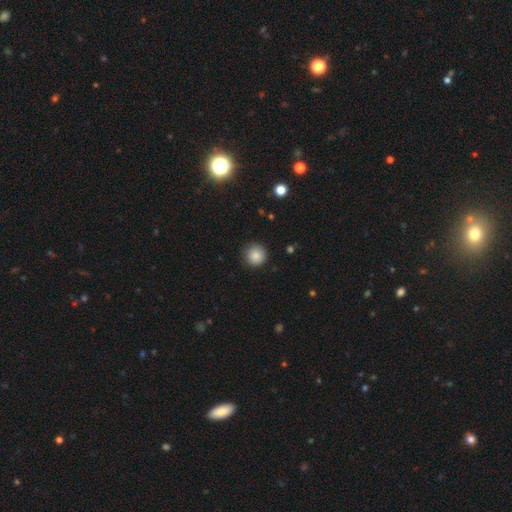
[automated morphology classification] This is clearly a smooth galaxy (86%). How rounded: clearly round (95%). Merging: clearly none (87%).